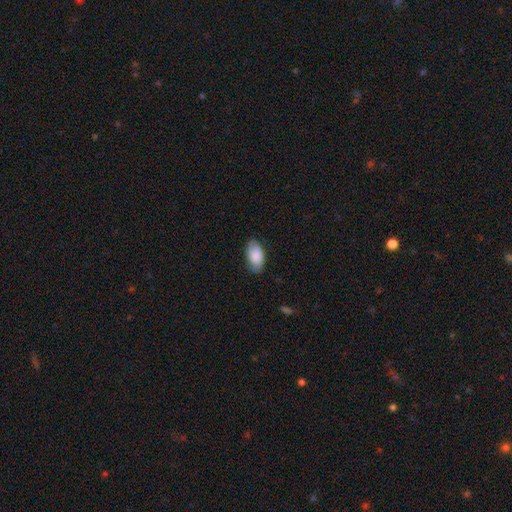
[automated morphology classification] The model was most divided on "merging": none: 80%, minor disturbance: 16%, major disturbance: 3%, merger: 1%. More confident: how rounded — in between (95%); smooth or featured — smooth (87%).